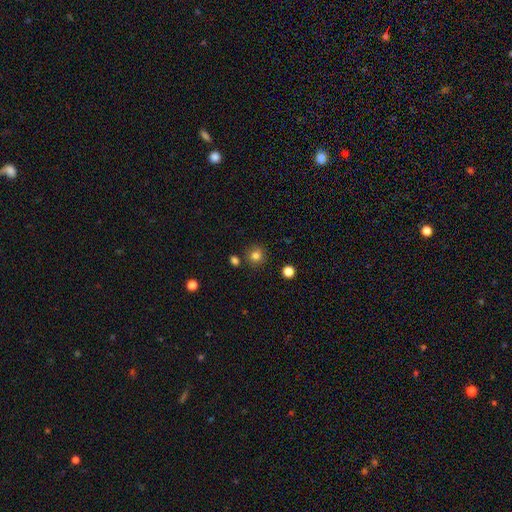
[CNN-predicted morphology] Smooth or featured?
  - smooth: 82% *
  - star or artifact: 13%
  - featured or disk: 6%
How rounded?
  - round: 89% *
  - in between: 10%
  - cigar-shaped: 1%
Merging?
  - none: 84% *
  - minor disturbance: 8%
  - merger: 5%
  - major disturbance: 2%